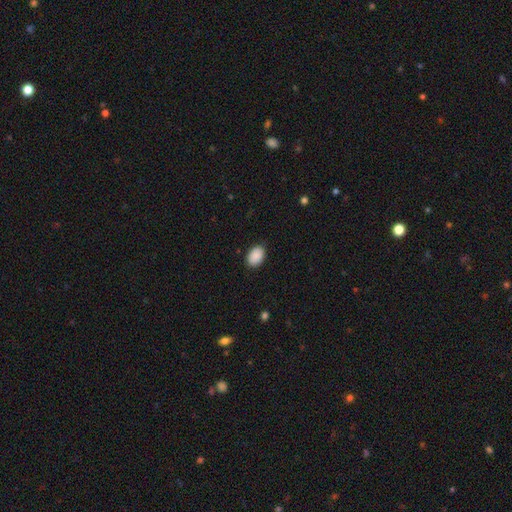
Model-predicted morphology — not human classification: This appears to be a smooth galaxy with no disk features (91%) that is in between round and cigar-shaped (85%). Merging: none (87%).